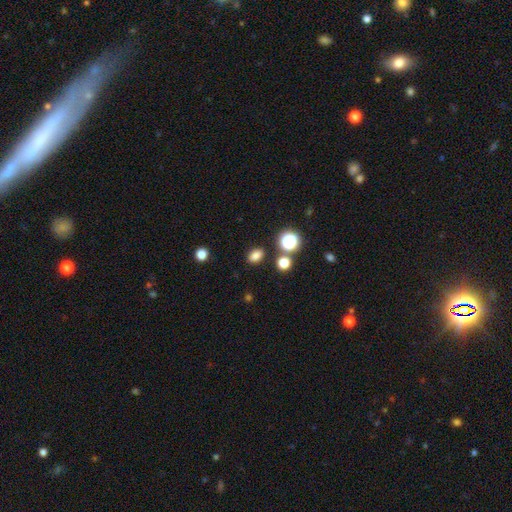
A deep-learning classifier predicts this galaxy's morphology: Smooth or featured: smooth — 80% (star or artifact — 16%)
How rounded: in between — 69% (round — 30%)
Merging: none — 84% (minor disturbance — 9%)